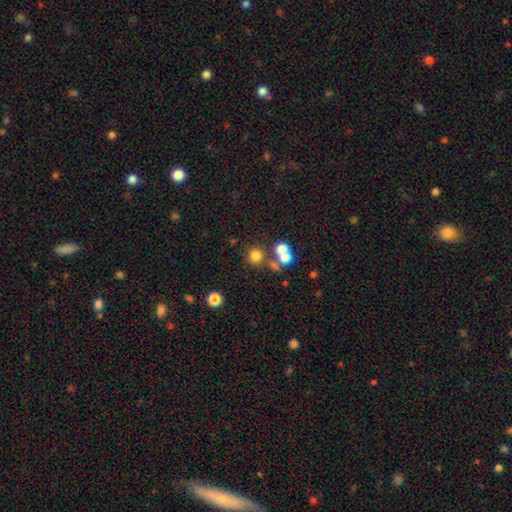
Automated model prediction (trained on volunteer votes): This is likely a smooth galaxy (73%). How rounded: clearly round (92%). Merging: likely none (68%).